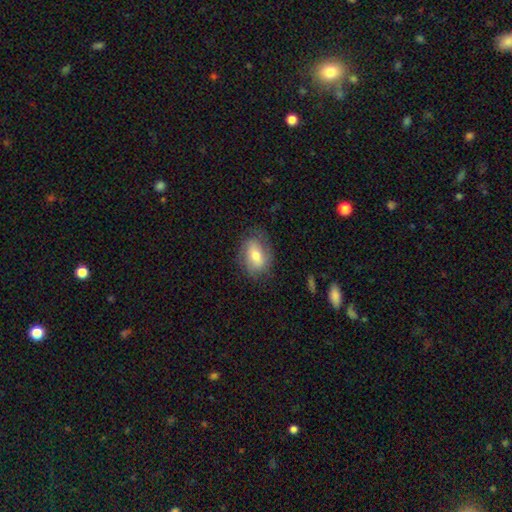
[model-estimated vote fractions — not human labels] Smooth or featured? smooth (62%)
How rounded? in between (76%)
Merging? none (70%)